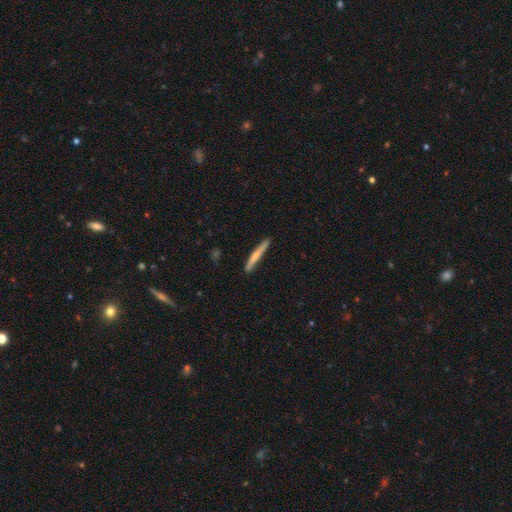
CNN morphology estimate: Smooth or featured? Predicted: smooth (p=0.62). How rounded? Predicted: cigar-shaped (p=0.96). Merging? Predicted: none (p=0.86).